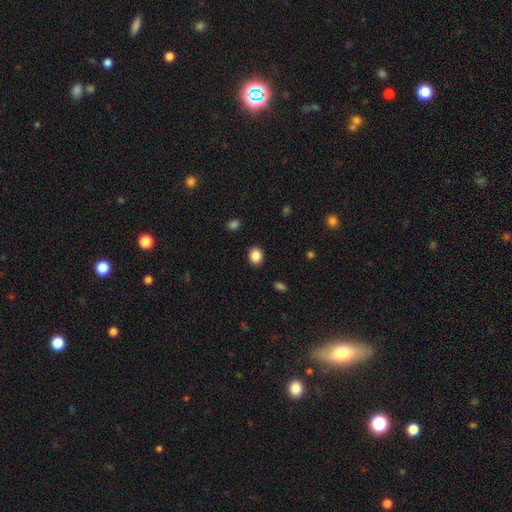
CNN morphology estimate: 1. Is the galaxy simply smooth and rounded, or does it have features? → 87% smooth, 9% star or artifact, 4% featured or disk.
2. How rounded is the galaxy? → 60% round, 39% in between, 1% cigar-shaped.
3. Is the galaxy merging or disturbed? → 90% none, 7% minor disturbance, 2% major disturbance, 1% merger.